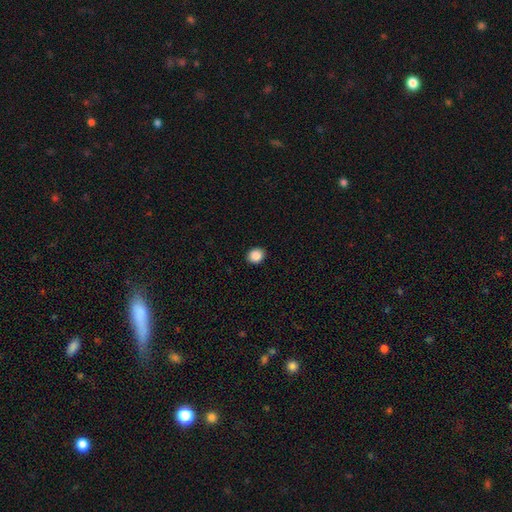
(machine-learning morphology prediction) Smooth or featured? smooth (89%)
How rounded? round (66%)
Merging? none (92%)